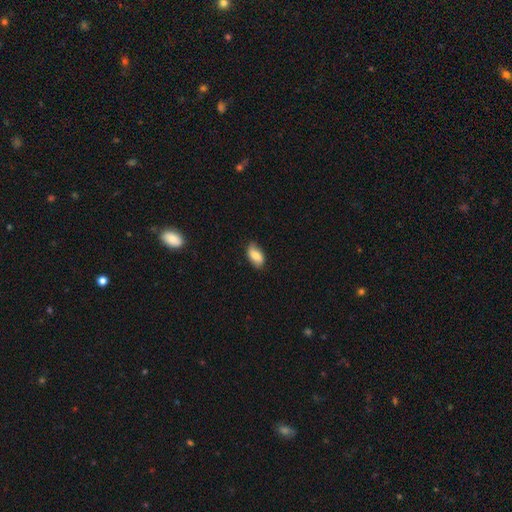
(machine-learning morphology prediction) A smooth galaxy with no disk features (73%) that is in between round and cigar-shaped (92%). Merging: none (79%).